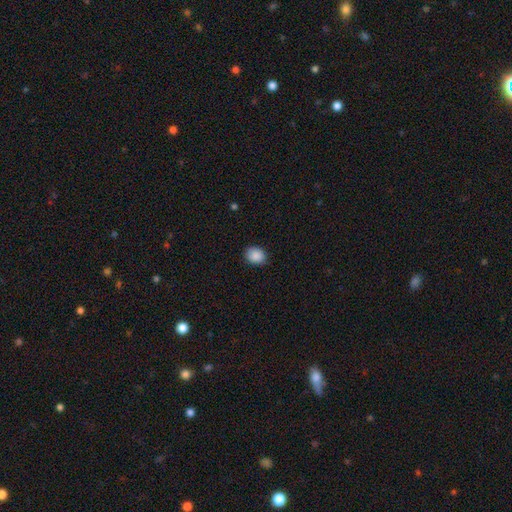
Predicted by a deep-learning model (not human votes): smooth 89%, star or artifact 8%, featured or disk 3%. Down the decision tree: how rounded — in between (53%); merging — none (86%).